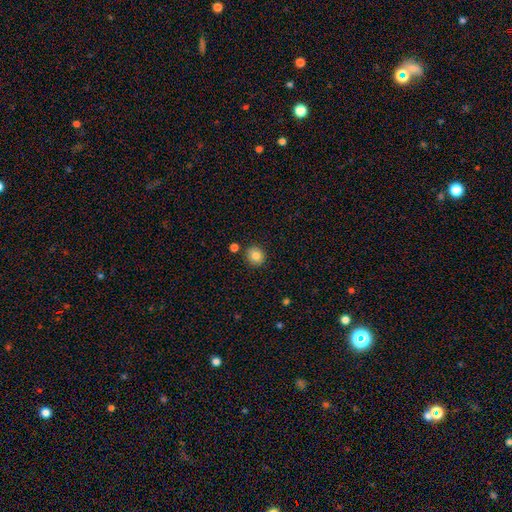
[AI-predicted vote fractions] This appears to be a smooth galaxy with no disk features (83%) that is round (86%). Merging: none (86%).